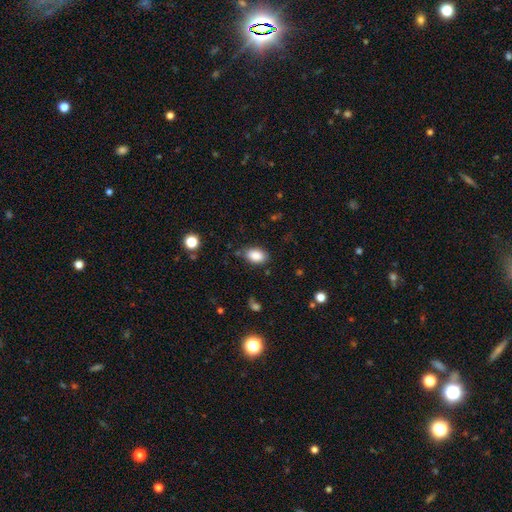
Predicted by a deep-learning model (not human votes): Smooth or featured? smooth (88%)
How rounded? in between (90%)
Merging? none (81%)